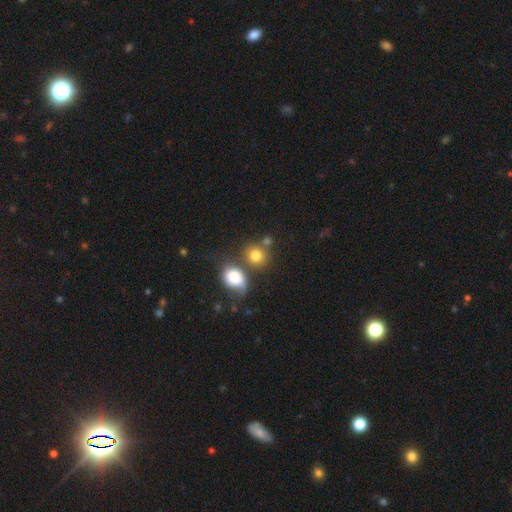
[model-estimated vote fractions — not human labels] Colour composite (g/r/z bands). It shows a smooth galaxy with no disk features (78%) that is round (78%). Merging: none (55%).